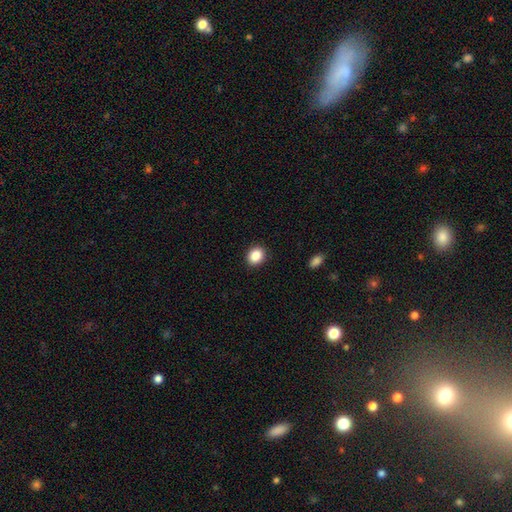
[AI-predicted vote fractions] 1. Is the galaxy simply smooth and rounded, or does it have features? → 87% smooth, 9% star or artifact, 4% featured or disk.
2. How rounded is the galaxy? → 59% round, 40% in between, 1% cigar-shaped.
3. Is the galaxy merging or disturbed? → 90% none, 7% minor disturbance, 2% major disturbance, 1% merger.